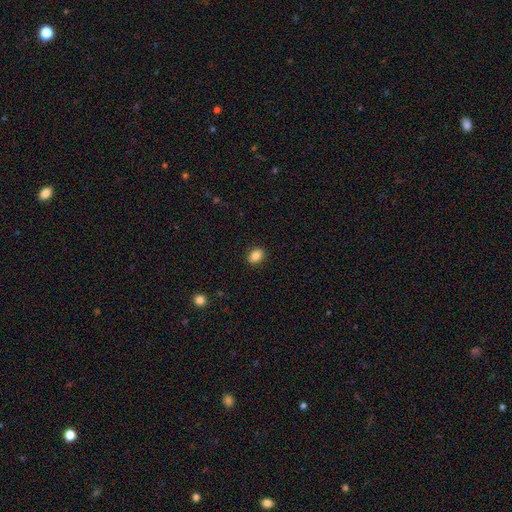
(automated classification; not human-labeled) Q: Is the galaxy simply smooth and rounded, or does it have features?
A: smooth — 86%.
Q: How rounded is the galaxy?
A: in between — 64%.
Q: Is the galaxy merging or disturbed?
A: none — 90%.